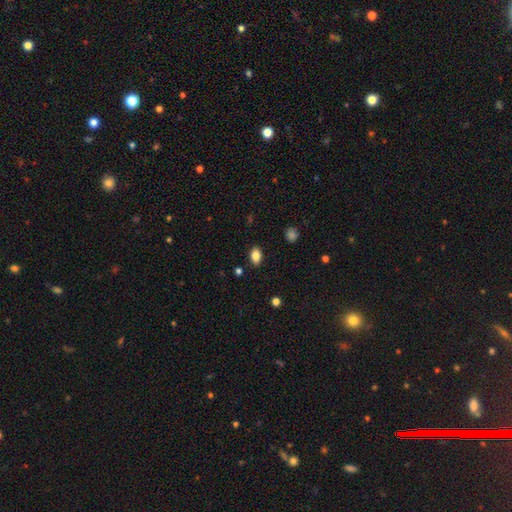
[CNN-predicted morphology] Smooth or featured: smooth — 83% (star or artifact — 10%)
How rounded: in between — 85% (round — 13%)
Merging: none — 86% (minor disturbance — 10%)